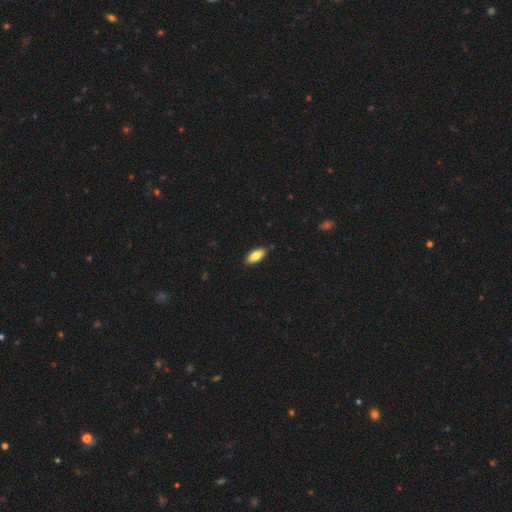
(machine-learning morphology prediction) Overall: smooth (83%). How rounded: in between (87%). Merging: none (87%).